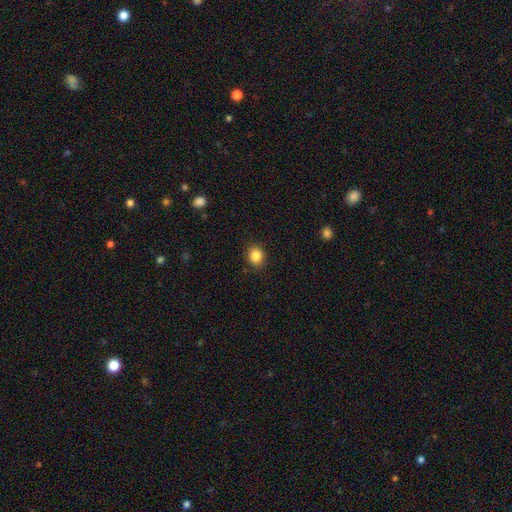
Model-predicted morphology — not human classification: Q: Smooth or featured?
A: smooth (86%); runner-up: star or artifact (10%)
Q: How rounded?
A: round (77%); runner-up: in between (22%)
Q: Merging?
A: none (89%); runner-up: minor disturbance (8%)